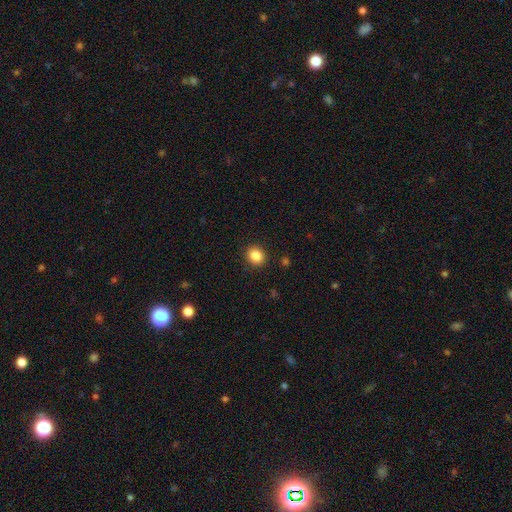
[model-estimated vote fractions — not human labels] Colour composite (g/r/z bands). It shows a smooth galaxy with no disk features (86%) that is round (70%). Merging: none (90%).